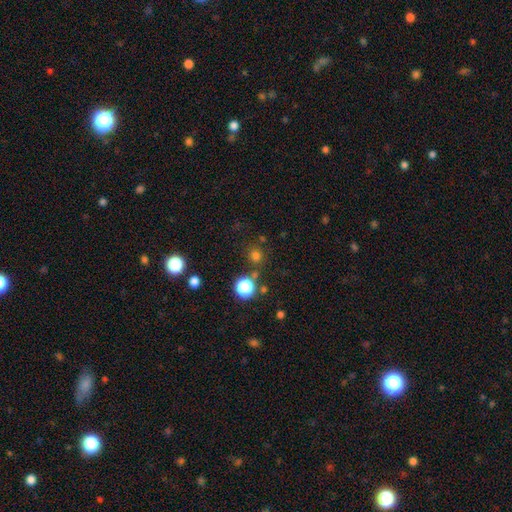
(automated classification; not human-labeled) This is likely a smooth galaxy (71%). How rounded: clearly round (92%). Merging: clearly none (81%).